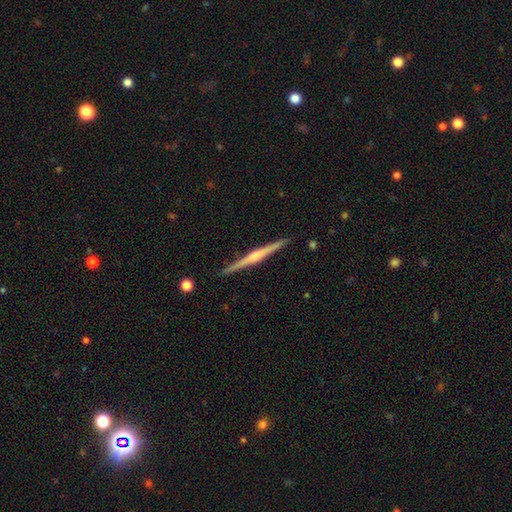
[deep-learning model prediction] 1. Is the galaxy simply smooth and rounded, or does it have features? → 76% featured or disk, 19% smooth, 5% star or artifact.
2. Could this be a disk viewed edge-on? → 99% yes, 1% no.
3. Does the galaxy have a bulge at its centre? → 61% rounded, 23% none, 16% boxy.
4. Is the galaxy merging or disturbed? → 92% none, 6% minor disturbance, 1% major disturbance, 1% merger.